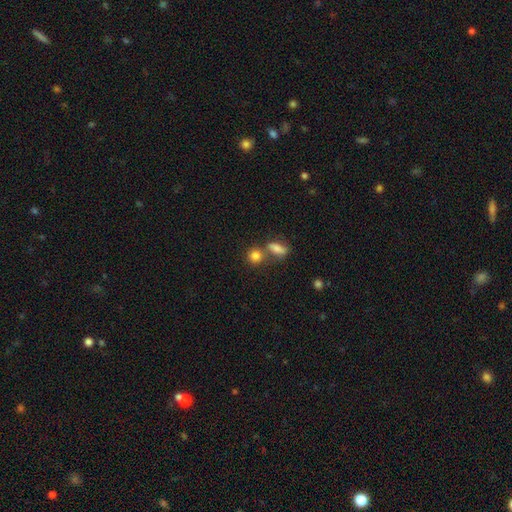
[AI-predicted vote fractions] A smooth galaxy with no disk features (82%) that is round (81%).

Vote fractions:
- Smooth or featured? smooth: 82% / star or artifact: 10% / featured or disk: 8%
- How rounded? round: 81% / in between: 17% / cigar-shaped: 2%
- Merging? none: 55% / merger: 32% / minor disturbance: 9% / major disturbance: 4%